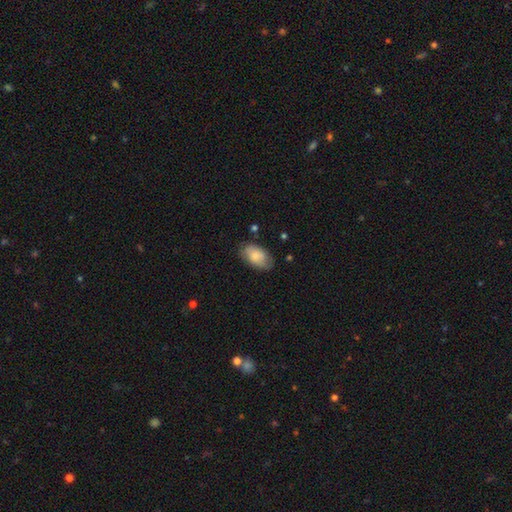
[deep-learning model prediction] A smooth galaxy with no disk features (74%) that is in between round and cigar-shaped (94%). Merging: none (76%).